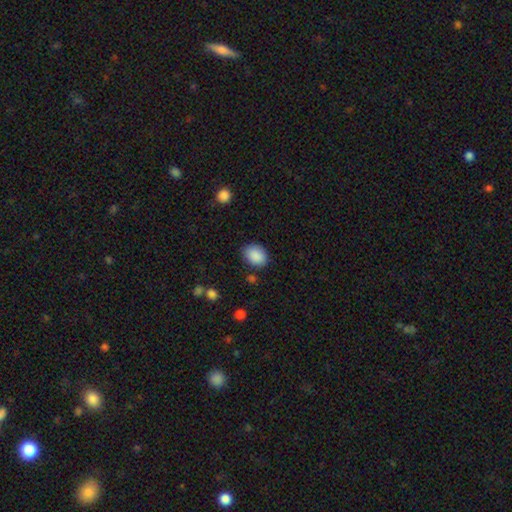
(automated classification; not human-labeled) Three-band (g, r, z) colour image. It shows a smooth galaxy with no disk features (89%) that is in between round and cigar-shaped (72%). Merging: none (82%).